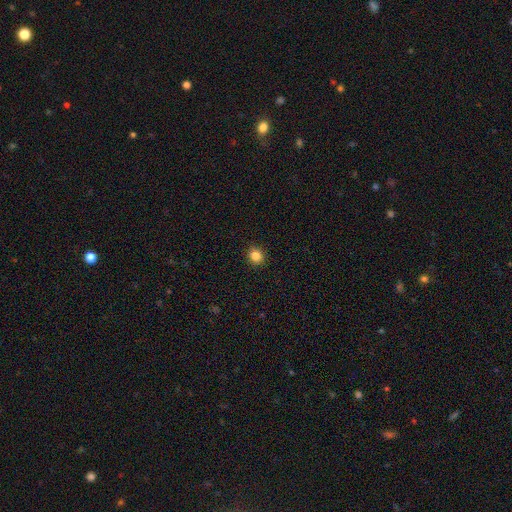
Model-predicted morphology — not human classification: Overall: smooth (85%). How rounded: round (85%). Merging: none (92%).